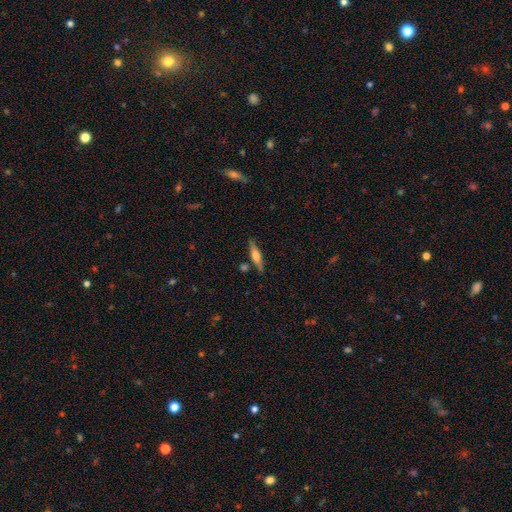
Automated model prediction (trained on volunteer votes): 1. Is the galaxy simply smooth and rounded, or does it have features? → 48% smooth, 46% featured or disk, 7% star or artifact.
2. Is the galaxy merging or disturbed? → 79% none, 12% minor disturbance, 5% merger, 3% major disturbance.